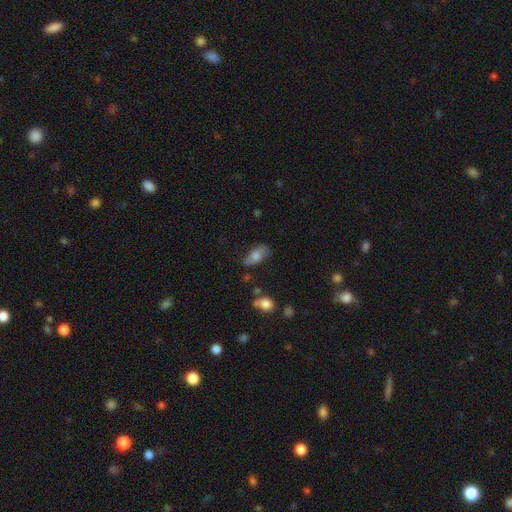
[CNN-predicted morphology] This appears to be a smooth galaxy with no disk features (62%) that is in between round and cigar-shaped (85%). Merging: none (60%).